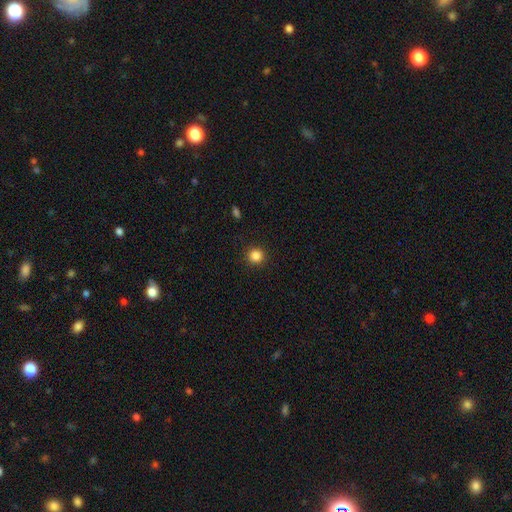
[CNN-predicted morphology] Smooth or featured? smooth (85%)
How rounded? round (94%)
Merging? none (92%)